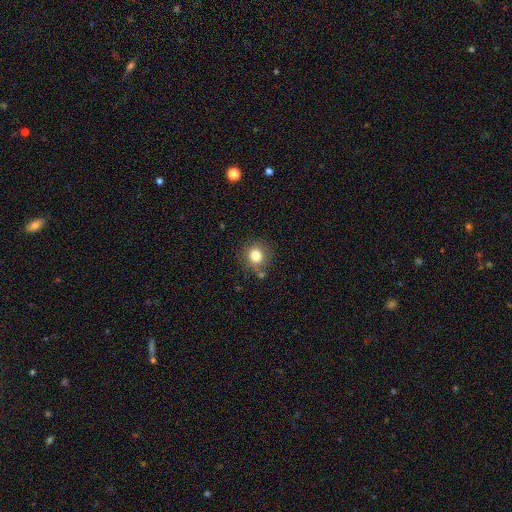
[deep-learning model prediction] A smooth galaxy with no disk features (80%) that is round (88%).

Vote fractions:
- Smooth or featured? smooth: 80% / star or artifact: 12% / featured or disk: 8%
- How rounded? round: 88% / in between: 12% / cigar-shaped: 1%
- Merging? none: 79% / minor disturbance: 11% / merger: 6% / major disturbance: 4%